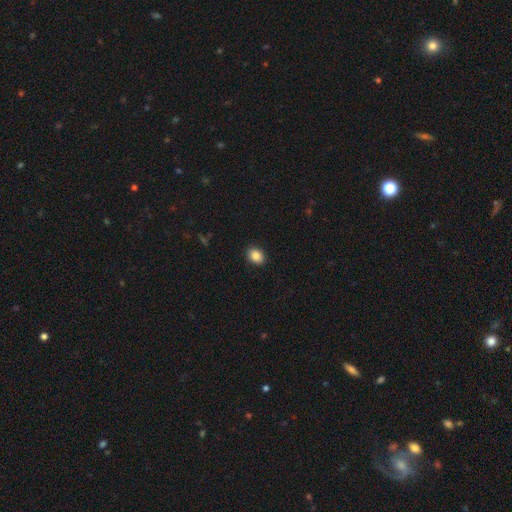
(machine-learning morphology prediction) type=smooth (88%); roundness=in between (62%); merging=none (90%).